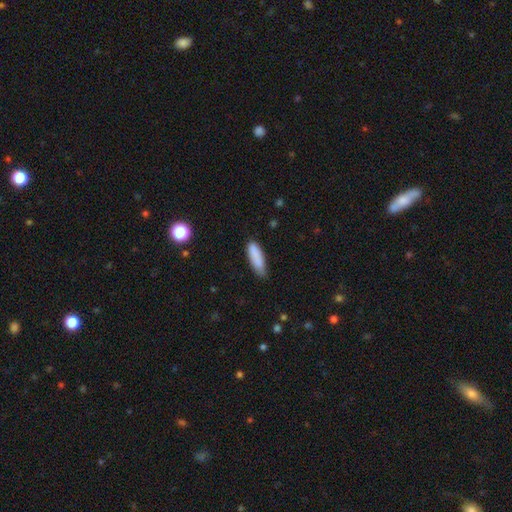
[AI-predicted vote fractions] Smooth or featured? Predicted: smooth (p=0.86). How rounded? Predicted: in between (p=0.49, tied with cigar-shaped). Merging? Predicted: none (p=0.69).